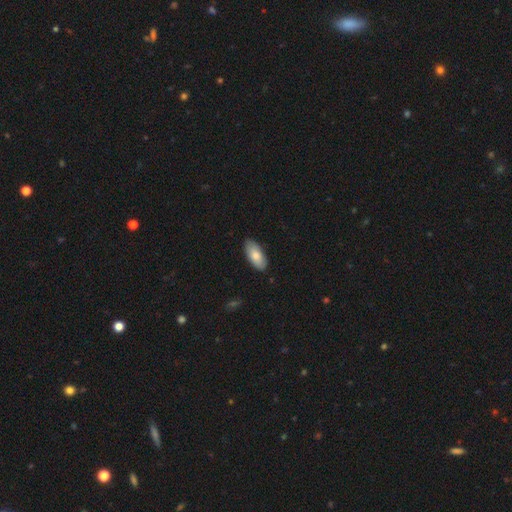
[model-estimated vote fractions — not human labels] smooth_or_featured: smooth (p=0.79) [alt: featured or disk p=0.16]
how_rounded: in between (p=0.91) [alt: cigar-shaped p=0.07]
merging: none (p=0.86) [alt: minor disturbance p=0.12]